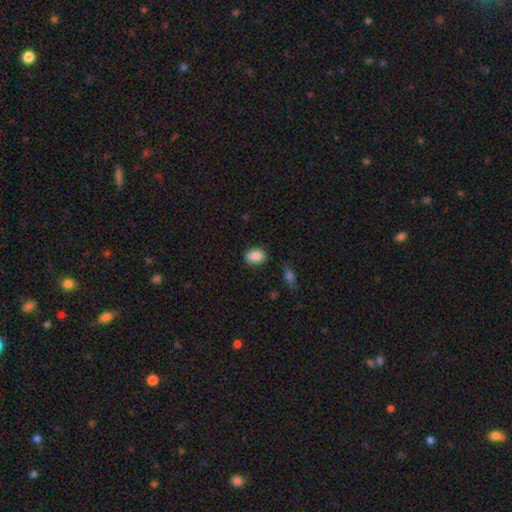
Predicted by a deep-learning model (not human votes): Overall: smooth (86%). How rounded: in between (80%). Merging: none (79%).